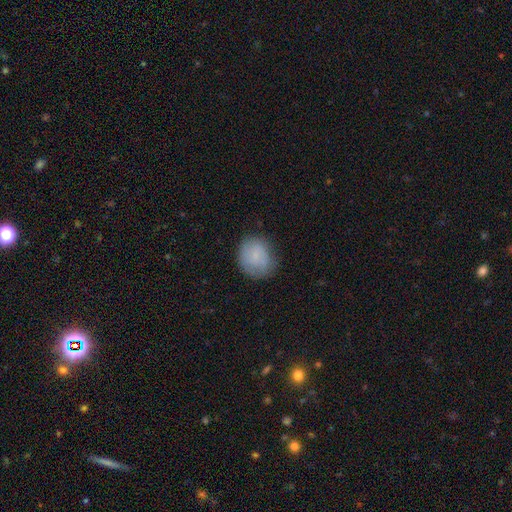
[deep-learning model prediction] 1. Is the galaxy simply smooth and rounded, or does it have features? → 76% smooth, 17% featured or disk, 7% star or artifact.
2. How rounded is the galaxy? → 66% round, 33% in between, 1% cigar-shaped.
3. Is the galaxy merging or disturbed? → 71% none, 22% minor disturbance, 6% major disturbance, 1% merger.